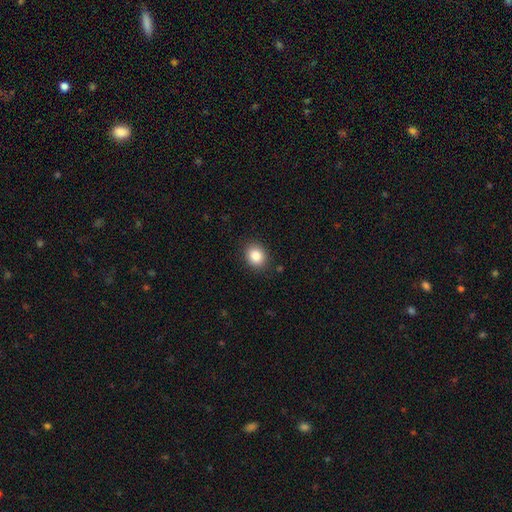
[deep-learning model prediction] Q: Smooth or featured?
A: smooth (86%); runner-up: star or artifact (9%)
Q: How rounded?
A: round (61%); runner-up: in between (38%)
Q: Merging?
A: none (88%); runner-up: minor disturbance (9%)